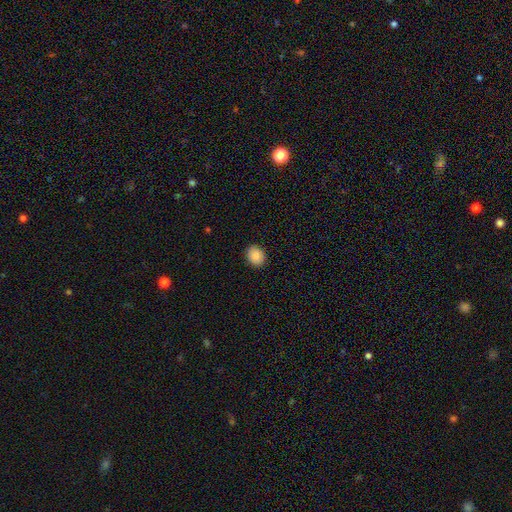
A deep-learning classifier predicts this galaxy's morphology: smooth 89%, star or artifact 8%, featured or disk 3%. Down the decision tree: how rounded — round (58%); merging — none (90%).